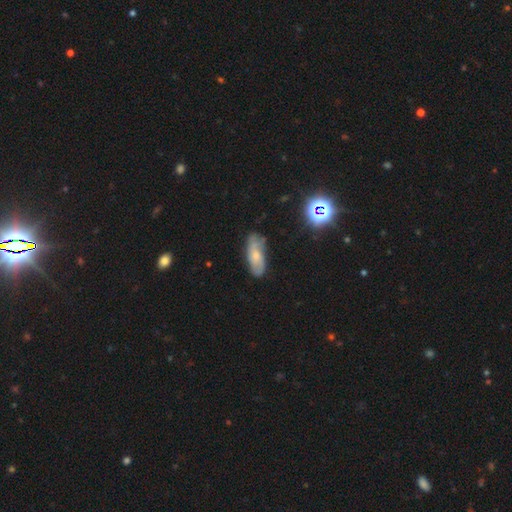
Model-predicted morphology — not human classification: This is possibly a smooth galaxy (51%). How rounded: likely in between (78%). Merging: likely none (67%).